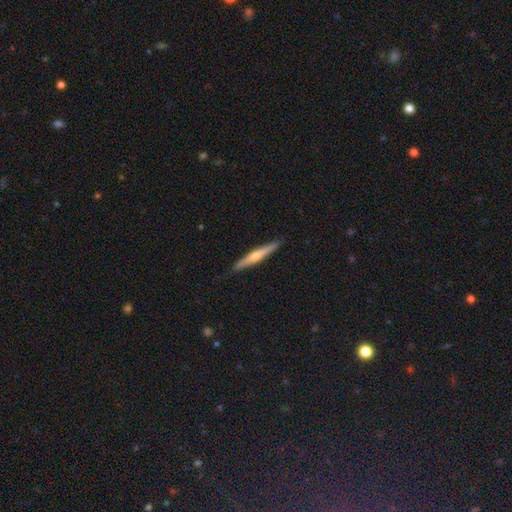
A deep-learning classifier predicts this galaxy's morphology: smooth-or-featured: featured or disk: 54% | smooth: 41% | star or artifact: 5%
  disk-edge-on: yes: 97% | no: 3%
    edge-on-bulge: rounded: 73% | none: 21% | boxy: 6%
  merging: none: 89% | minor disturbance: 8% | major disturbance: 1% | merger: 1%